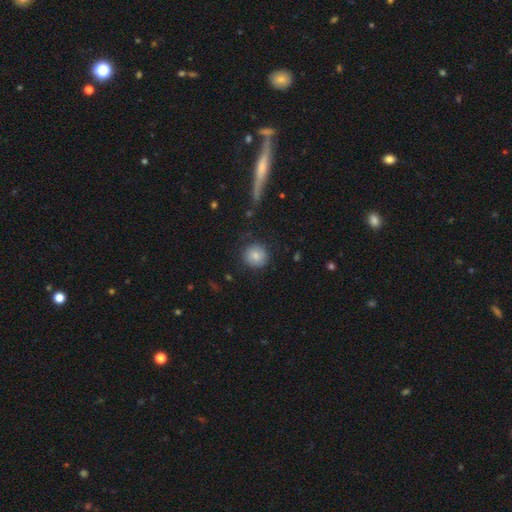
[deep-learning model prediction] The model was most divided on "smooth or featured": smooth: 79%, featured or disk: 12%, star or artifact: 8%. More confident: how rounded — round (91%); merging — none (82%).